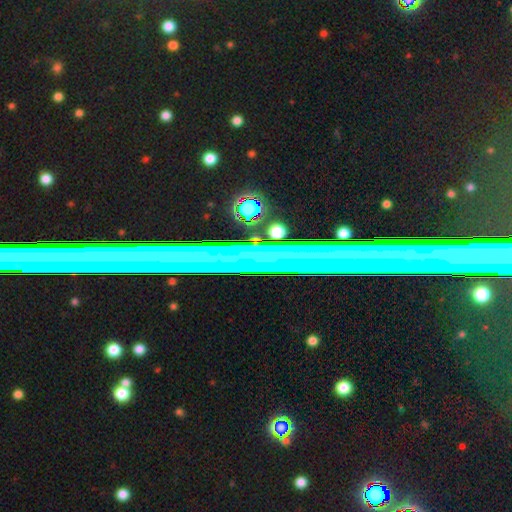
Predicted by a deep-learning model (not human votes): Smooth or featured?
  - star or artifact: 56% *
  - featured or disk: 31%
  - smooth: 14%